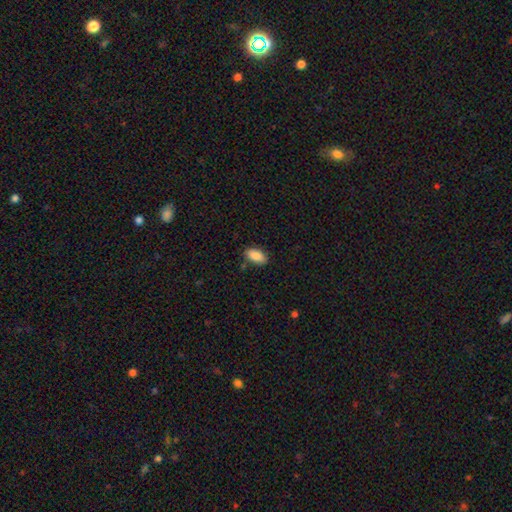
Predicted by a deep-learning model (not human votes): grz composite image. It shows a smooth galaxy with no disk features (88%) that is in between round and cigar-shaped (93%). Merging: none (84%).